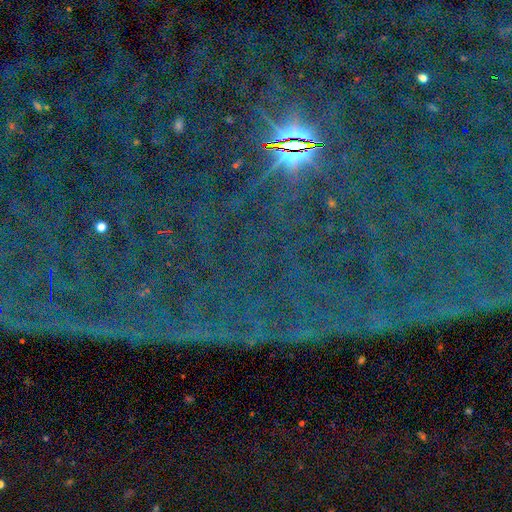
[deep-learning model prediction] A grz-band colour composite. It shows a star or artifact, not a galaxy (86%).